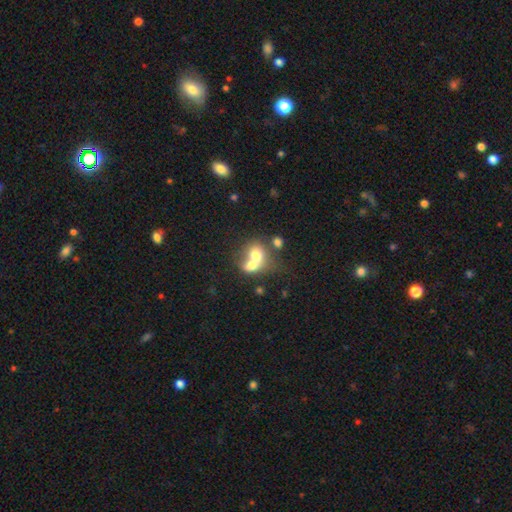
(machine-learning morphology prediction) This appears to be a smooth galaxy with no disk features (66%) that is round (54%). Merging: merger (74%).